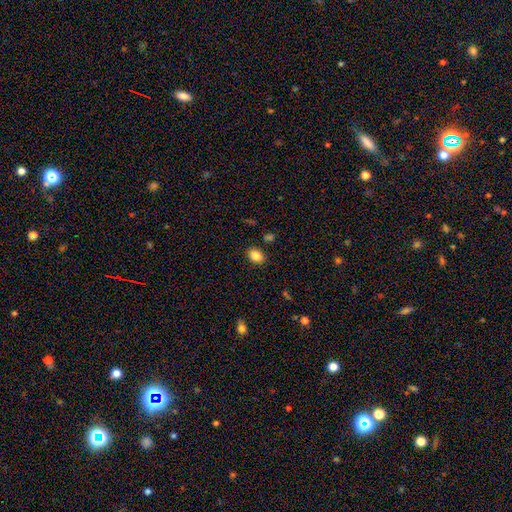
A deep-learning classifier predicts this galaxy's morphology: Q: Smooth or featured?
A: smooth (86%); runner-up: star or artifact (9%)
Q: How rounded?
A: in between (73%); runner-up: round (26%)
Q: Merging?
A: none (85%); runner-up: minor disturbance (10%)